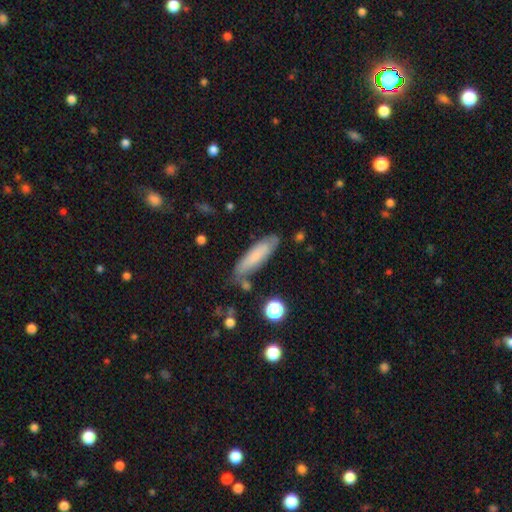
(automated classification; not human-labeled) Smooth or featured?
  - smooth: 71% *
  - featured or disk: 21%
  - star or artifact: 7%
How rounded?
  - cigar-shaped: 62% *
  - in between: 36%
  - round: 2%
Merging?
  - none: 73% *
  - minor disturbance: 18%
  - merger: 4%
  - major disturbance: 4%